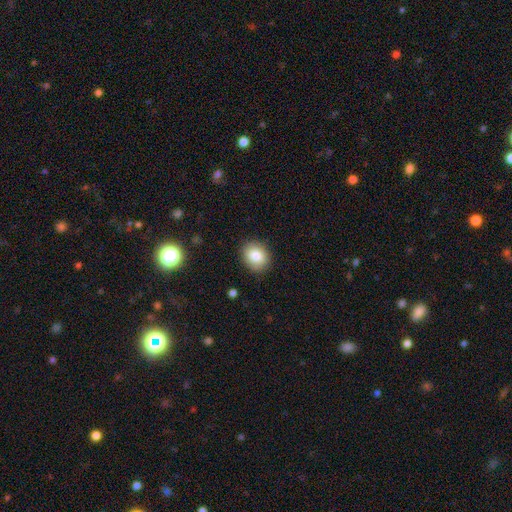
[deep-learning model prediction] smooth_or_featured: smooth (p=0.83) [alt: star or artifact p=0.08]
how_rounded: round (p=0.56) [alt: in between p=0.43]
merging: none (p=0.88) [alt: minor disturbance p=0.09]